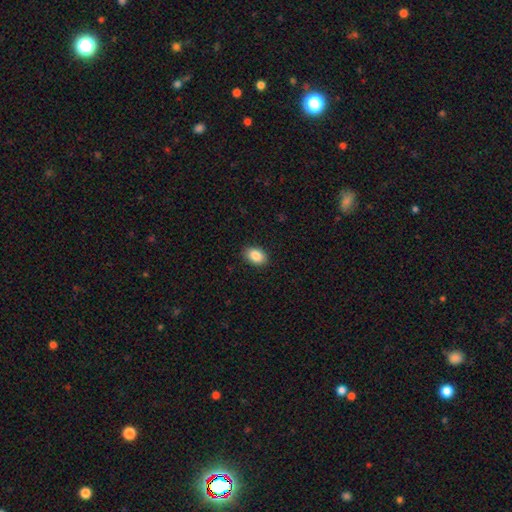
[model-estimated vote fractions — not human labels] Smooth or featured?
  - smooth: 88% *
  - star or artifact: 8%
  - featured or disk: 5%
How rounded?
  - in between: 86% *
  - round: 13%
  - cigar-shaped: 1%
Merging?
  - none: 89% *
  - minor disturbance: 8%
  - major disturbance: 2%
  - merger: 1%